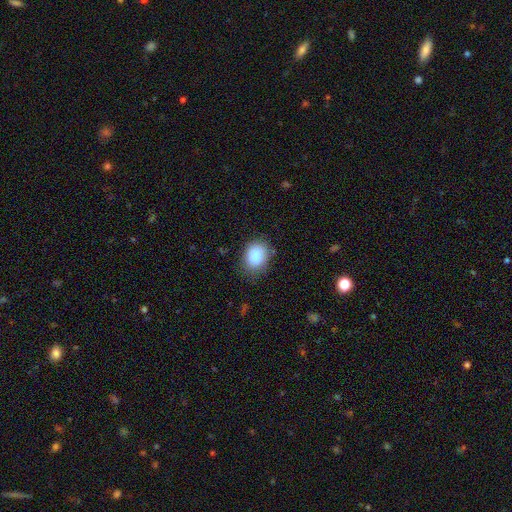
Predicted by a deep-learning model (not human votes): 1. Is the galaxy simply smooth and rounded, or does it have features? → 88% smooth, 8% star or artifact, 4% featured or disk.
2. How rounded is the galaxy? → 63% in between, 36% round, 1% cigar-shaped.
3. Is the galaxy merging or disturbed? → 76% none, 18% minor disturbance, 5% major disturbance, 2% merger.